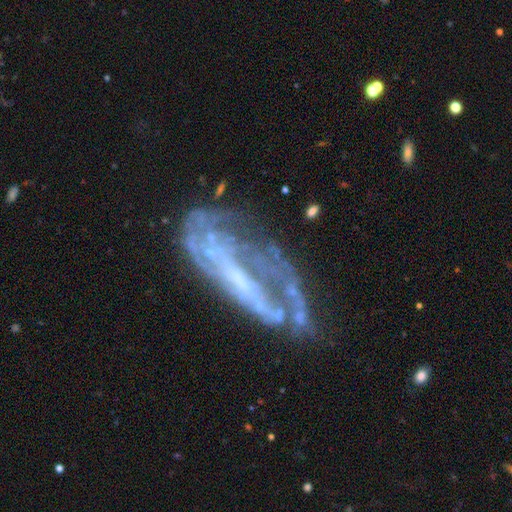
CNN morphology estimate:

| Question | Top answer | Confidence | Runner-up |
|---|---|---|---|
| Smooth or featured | featured or disk | 75% | smooth (15%) |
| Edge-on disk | no | 87% | yes (13%) |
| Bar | no | 46% | weak (29%) |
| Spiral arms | yes | 56% | no (44%) |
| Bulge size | none | 42% | small (36%) |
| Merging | none | 39% | major disturbance (32%) |